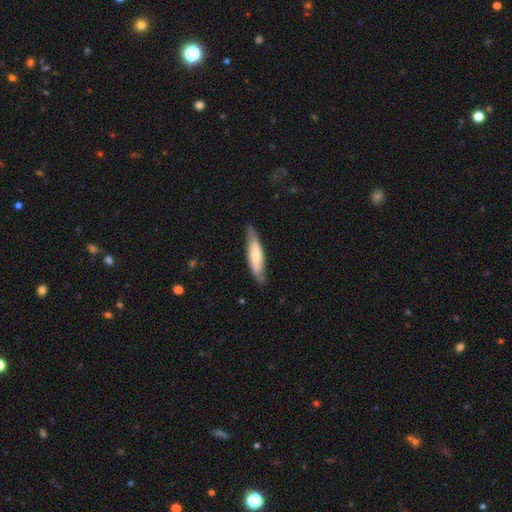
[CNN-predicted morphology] Overall: smooth (51%; featured or disk 44%). How rounded: cigar-shaped (70%). Merging: none (78%).